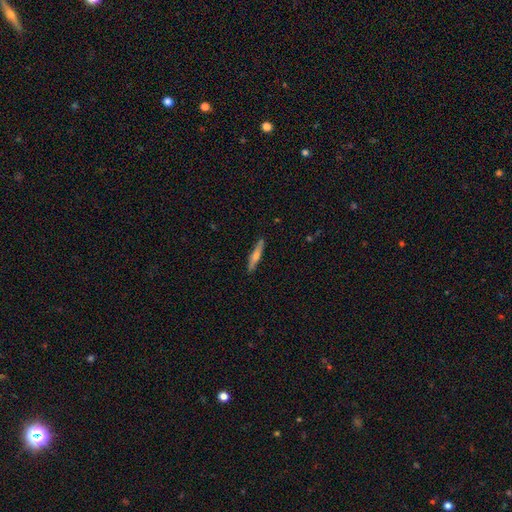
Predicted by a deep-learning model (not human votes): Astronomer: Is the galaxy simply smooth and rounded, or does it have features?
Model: featured or disk — 55% (runner-up: smooth, 39%).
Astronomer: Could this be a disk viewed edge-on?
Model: yes — 94%.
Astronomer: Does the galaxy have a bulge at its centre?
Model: rounded — 83%.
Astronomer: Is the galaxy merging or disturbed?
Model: none — 89%.